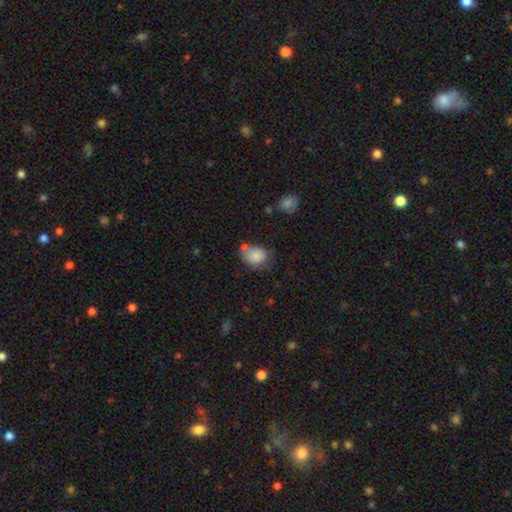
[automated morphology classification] smooth_or_featured: smooth (p=0.82) [alt: featured or disk p=0.10]
how_rounded: in between (p=0.61) [alt: round p=0.38]
merging: none (p=0.48) [alt: minor disturbance p=0.27]